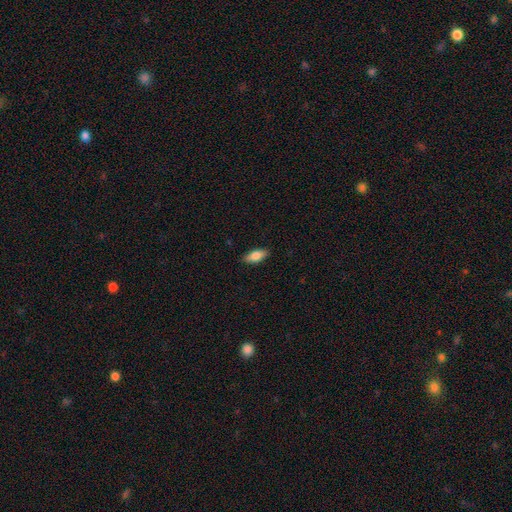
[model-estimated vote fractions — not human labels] Overall: smooth (81%). How rounded: in between (83%). Merging: none (88%).